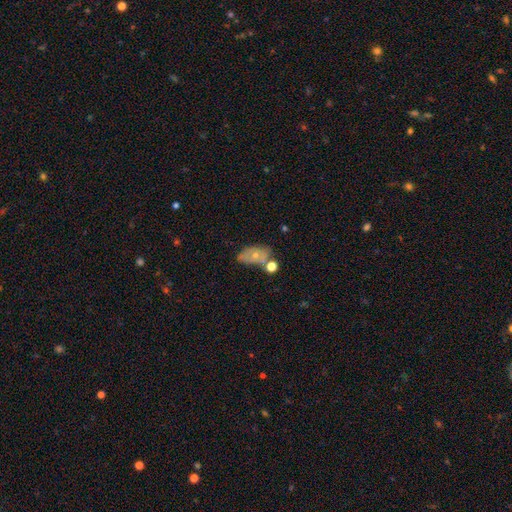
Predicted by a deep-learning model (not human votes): Smooth or featured? Predicted: smooth (p=0.52). How rounded? Predicted: in between (p=0.83). Merging? Predicted: none (p=0.42).